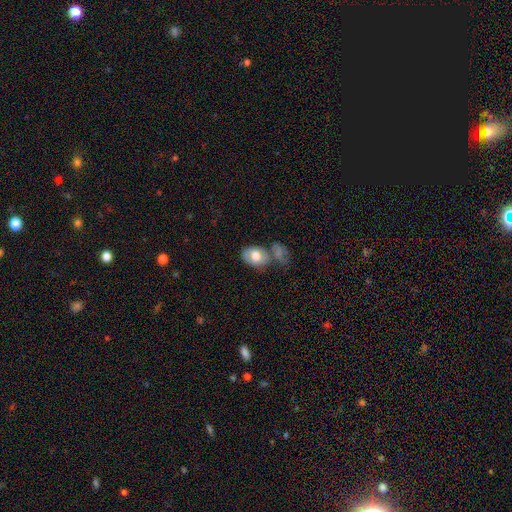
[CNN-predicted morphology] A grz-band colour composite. It shows a smooth galaxy with no disk features (70%) that is in between round and cigar-shaped (80%). Merging: none (41%).